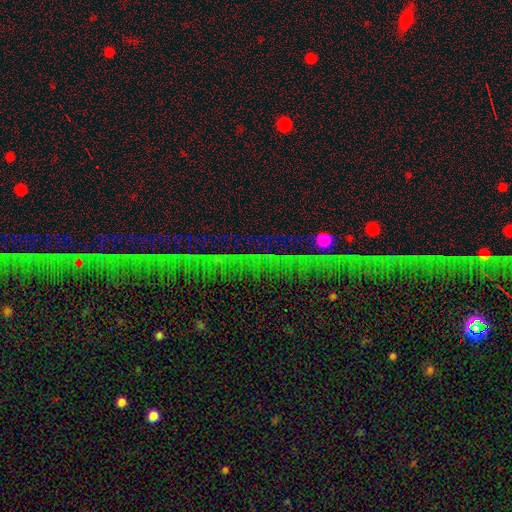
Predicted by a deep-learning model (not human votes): This is likely a star or artifact rather than a galaxy (76%).